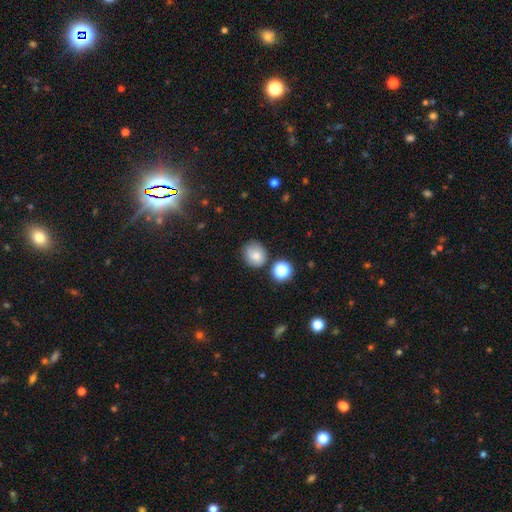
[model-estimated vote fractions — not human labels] Smooth or featured? smooth (80%)
How rounded? round (78%)
Merging? none (74%)